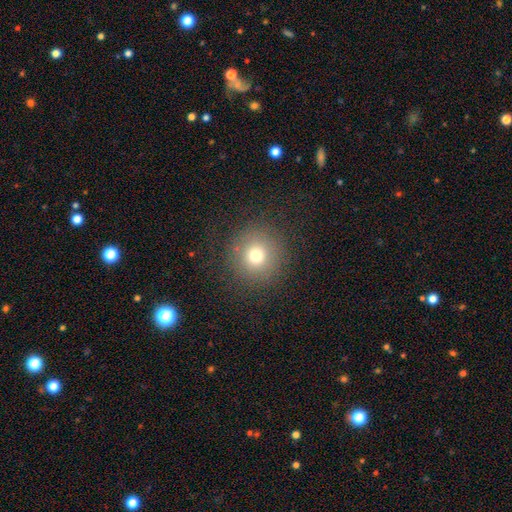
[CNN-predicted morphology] smooth-or-featured: smooth: 71% | star or artifact: 17% | featured or disk: 12%
  how-rounded: round: 94% | in between: 5% | cigar-shaped: 1%
  merging: none: 85% | minor disturbance: 8% | major disturbance: 5% | merger: 1%